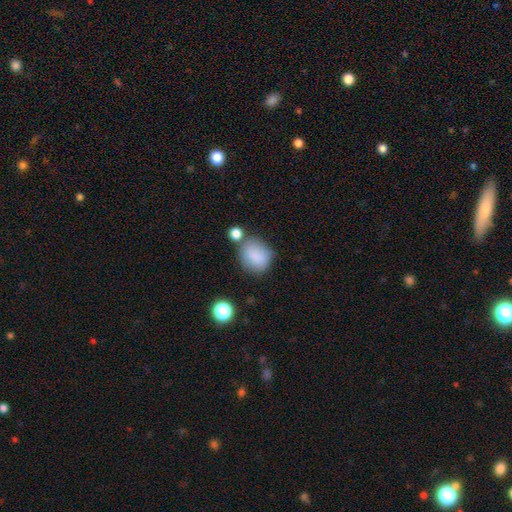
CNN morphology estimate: Smooth or featured: smooth — 83% (star or artifact — 9%)
How rounded: round — 66% (in between — 33%)
Merging: none — 60% (minor disturbance — 19%)